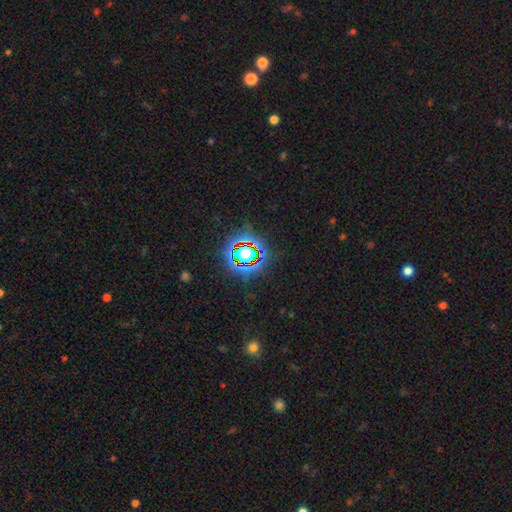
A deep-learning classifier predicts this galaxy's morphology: Overall: star or artifact (79%).